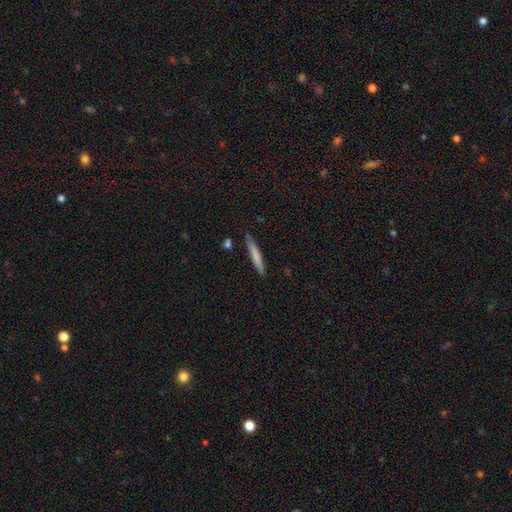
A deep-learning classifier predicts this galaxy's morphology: Smooth or featured? Predicted: smooth (p=0.72). How rounded? Predicted: cigar-shaped (p=0.95). Merging? Predicted: none (p=0.85).